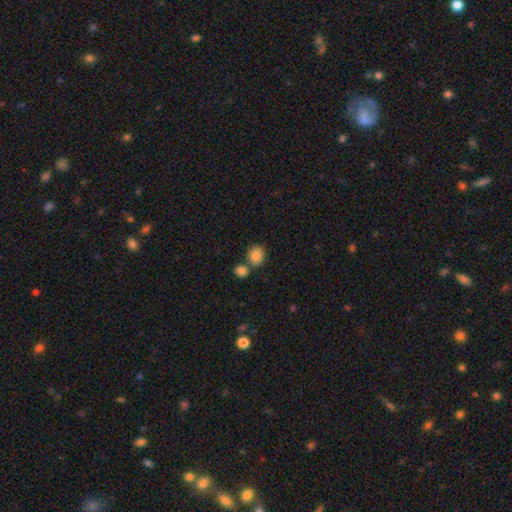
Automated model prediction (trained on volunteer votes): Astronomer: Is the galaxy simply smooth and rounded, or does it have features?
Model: smooth — 86%.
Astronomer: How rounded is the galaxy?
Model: round — 60% (runner-up: in between, 39%).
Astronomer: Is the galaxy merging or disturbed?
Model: none — 59%.